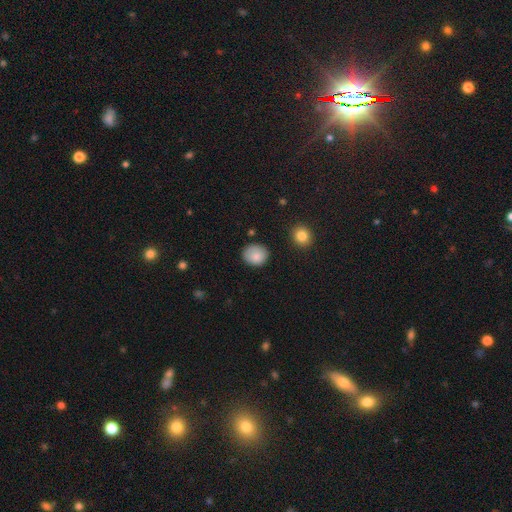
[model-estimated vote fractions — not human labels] Smooth or featured?
  - smooth: 86% *
  - star or artifact: 8%
  - featured or disk: 6%
How rounded?
  - round: 73% *
  - in between: 26%
  - cigar-shaped: 1%
Merging?
  - none: 82% *
  - minor disturbance: 14%
  - major disturbance: 3%
  - merger: 2%